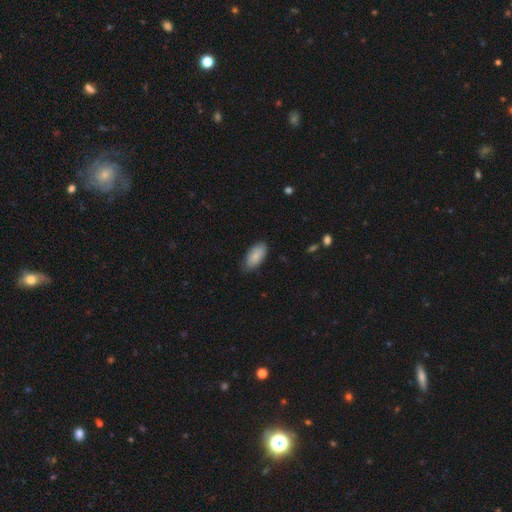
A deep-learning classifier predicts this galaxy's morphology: This is clearly a smooth galaxy (87%). How rounded: clearly in between (93%). Merging: likely none (79%).